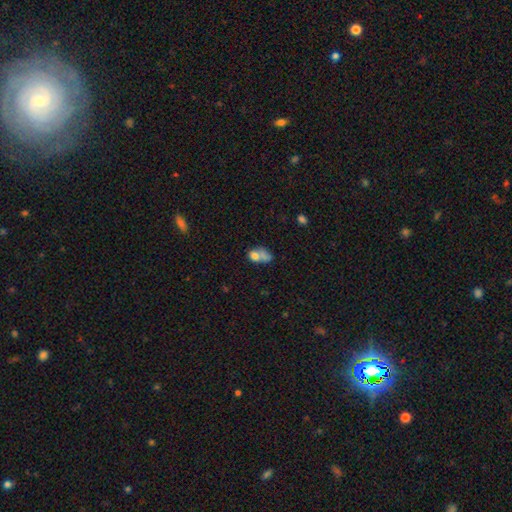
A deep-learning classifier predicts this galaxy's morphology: smooth-or-featured: smooth: 67% | featured or disk: 20% | star or artifact: 12%
  how-rounded: in between: 68% | round: 30% | cigar-shaped: 2%
  merging: merger: 49% | none: 24% | minor disturbance: 14% | major disturbance: 13%